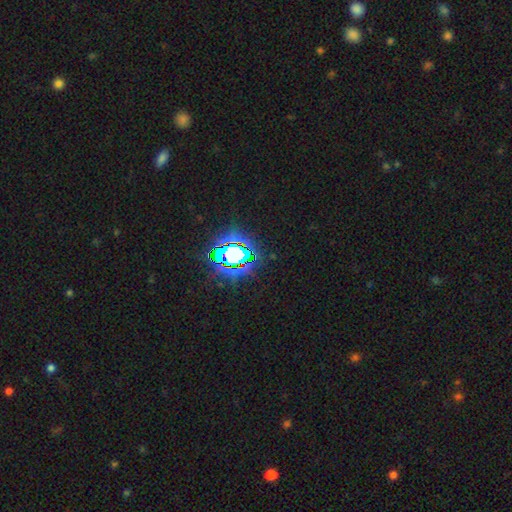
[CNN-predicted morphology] Smooth or featured?
  - star or artifact: 78% *
  - smooth: 13%
  - featured or disk: 9%